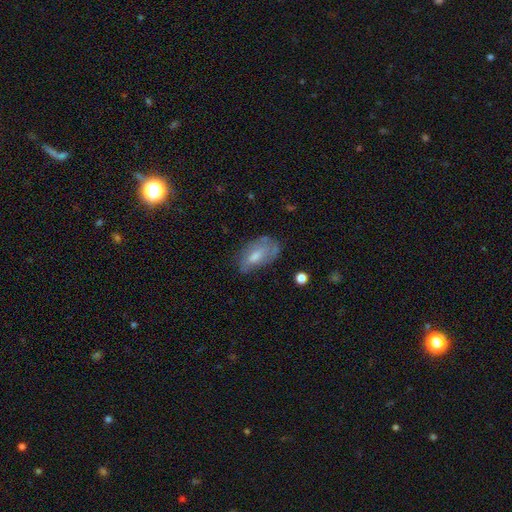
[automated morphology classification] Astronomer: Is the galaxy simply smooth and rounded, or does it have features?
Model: smooth — 46% (runner-up: featured or disk, 42%).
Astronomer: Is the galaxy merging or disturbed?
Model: none — 55%.